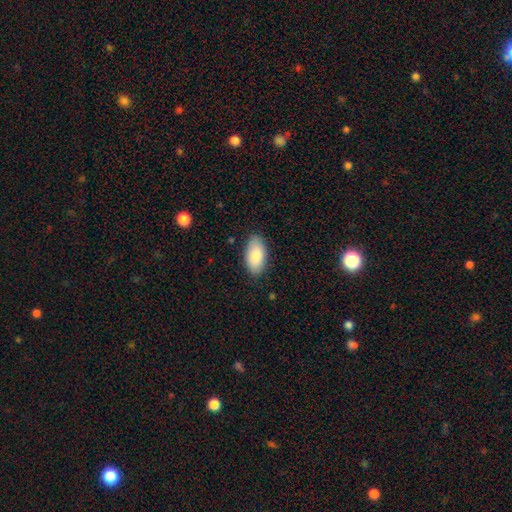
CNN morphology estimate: smooth_or_featured: smooth (p=0.86) [alt: featured or disk p=0.08]
how_rounded: in between (p=0.95) [alt: cigar-shaped p=0.03]
merging: none (p=0.85) [alt: minor disturbance p=0.12]